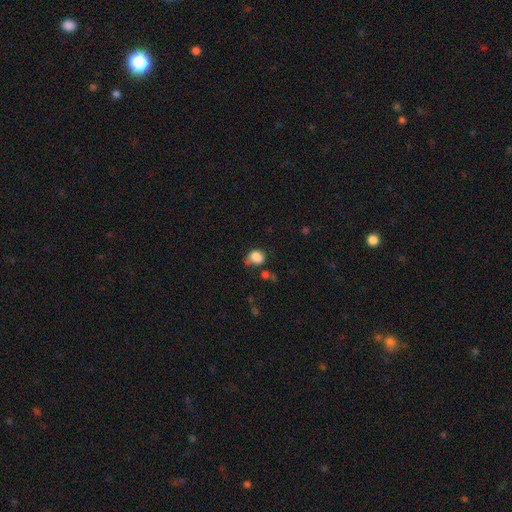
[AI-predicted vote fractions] This is clearly a smooth galaxy (82%). How rounded: possibly round (55%). Merging: marginally none (41%).